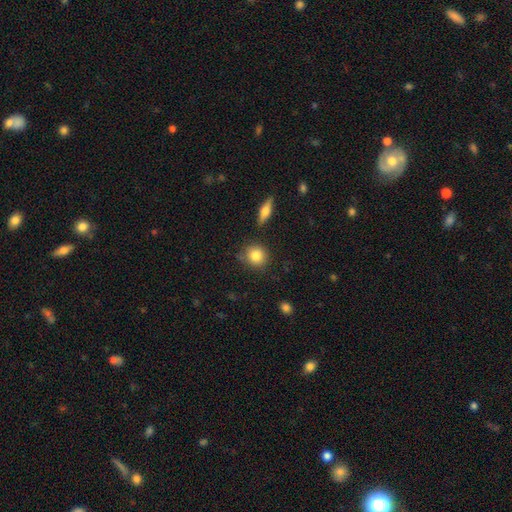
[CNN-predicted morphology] Q: Smooth or featured?
A: smooth (83%); runner-up: featured or disk (9%)
Q: How rounded?
A: round (83%); runner-up: in between (15%)
Q: Merging?
A: none (81%); runner-up: minor disturbance (12%)